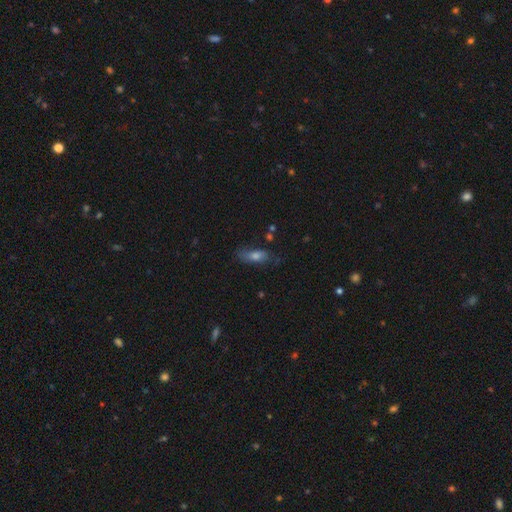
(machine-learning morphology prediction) type=smooth (64%); roundness=in between (67%); merging=none (65%).